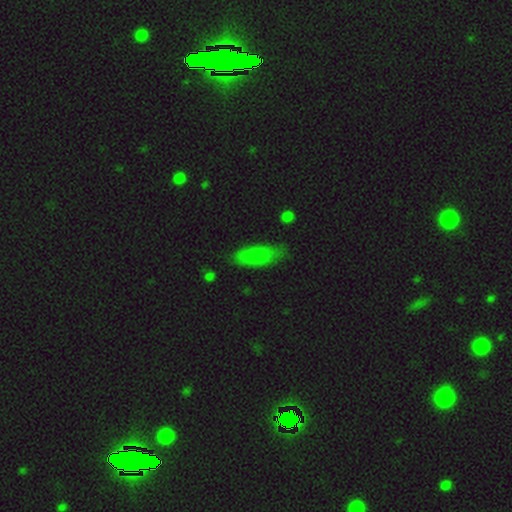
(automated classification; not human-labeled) Smooth or featured? smooth (82%)
How rounded? in between (72%)
Merging? none (74%)